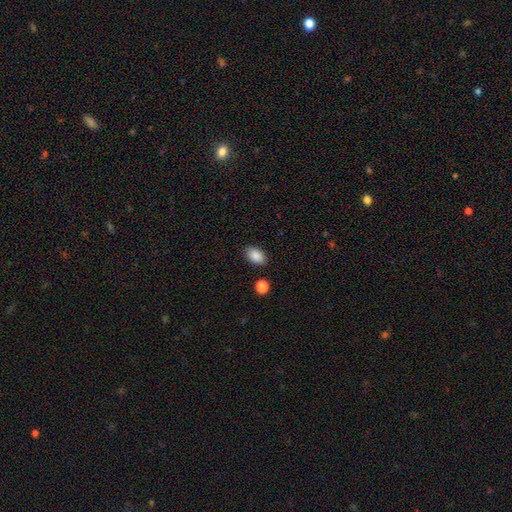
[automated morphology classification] Q: Smooth or featured?
A: smooth (89%); runner-up: star or artifact (7%)
Q: How rounded?
A: in between (90%); runner-up: round (8%)
Q: Merging?
A: none (86%); runner-up: minor disturbance (9%)